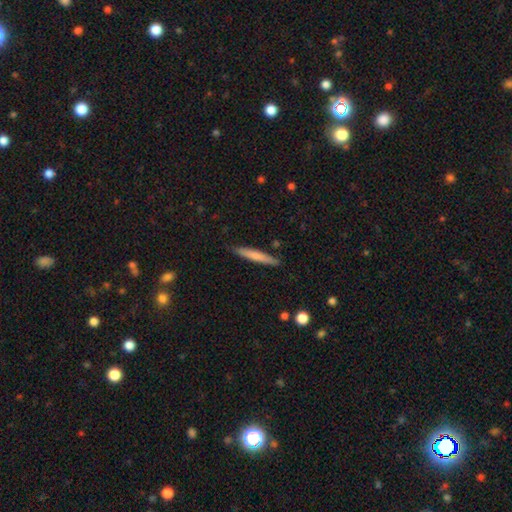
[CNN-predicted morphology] Smooth or featured?
  - smooth: 67% *
  - featured or disk: 28%
  - star or artifact: 6%
How rounded?
  - cigar-shaped: 95% *
  - in between: 4%
  - round: 1%
Merging?
  - none: 88% *
  - minor disturbance: 9%
  - major disturbance: 2%
  - merger: 2%